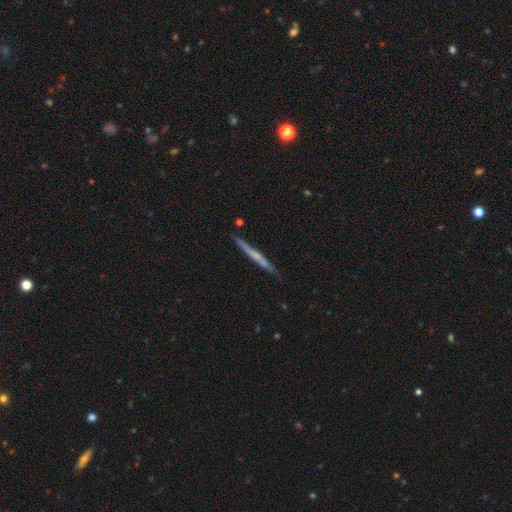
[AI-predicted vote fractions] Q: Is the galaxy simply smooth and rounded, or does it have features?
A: featured or disk — 54%.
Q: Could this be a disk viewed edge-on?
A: yes — 96%.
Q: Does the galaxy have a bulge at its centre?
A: none — 74%.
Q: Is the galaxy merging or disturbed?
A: none — 83%.